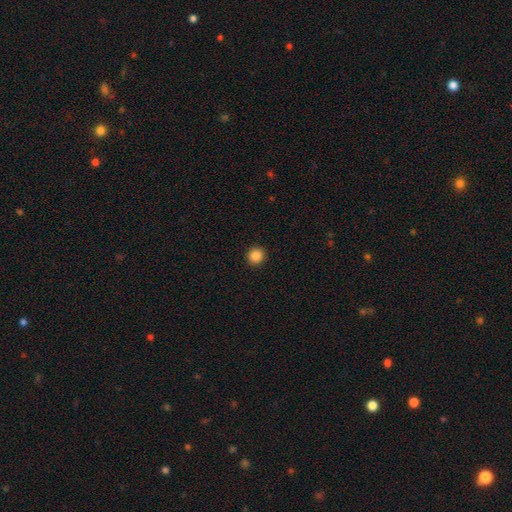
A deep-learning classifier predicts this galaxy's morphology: Q: Smooth or featured?
A: smooth (86%); runner-up: star or artifact (10%)
Q: How rounded?
A: round (93%); runner-up: in between (6%)
Q: Merging?
A: none (93%); runner-up: minor disturbance (4%)